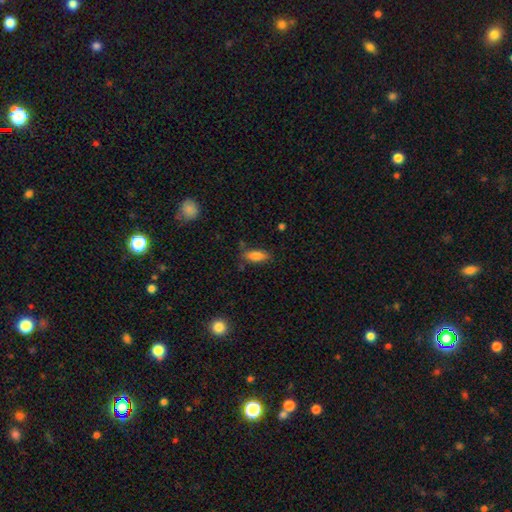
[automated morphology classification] This appears to be a smooth galaxy with no disk features (82%) that is in between round and cigar-shaped (72%). Merging: none (75%).